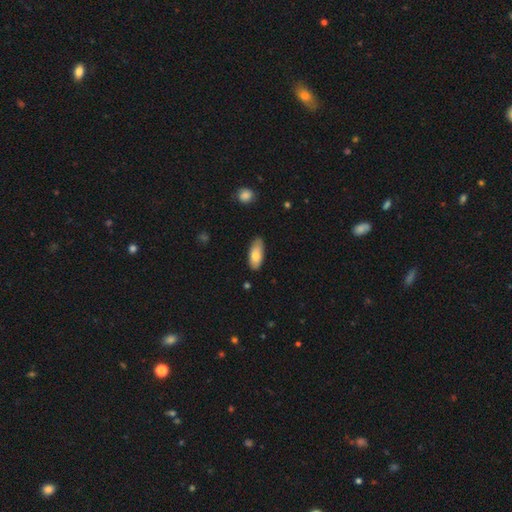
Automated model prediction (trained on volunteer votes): Overall: smooth (80%). How rounded: in between (82%). Merging: none (76%).